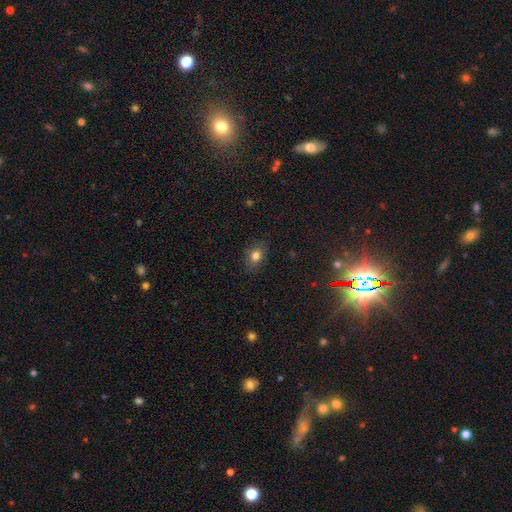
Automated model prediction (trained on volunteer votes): This is likely a smooth galaxy (80%). How rounded: likely in between (70%). Merging: clearly none (83%).